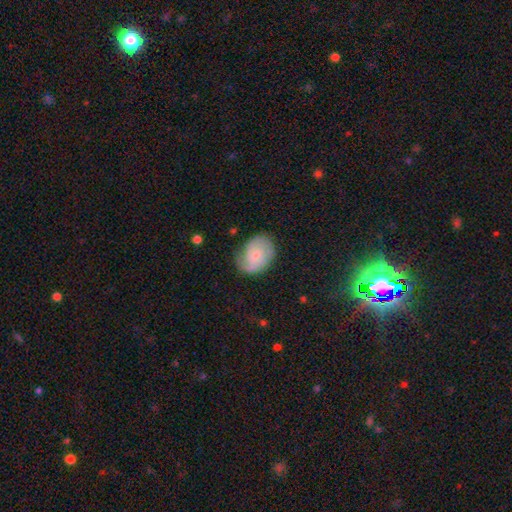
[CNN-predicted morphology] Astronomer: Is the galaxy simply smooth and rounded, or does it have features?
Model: featured or disk — 66%.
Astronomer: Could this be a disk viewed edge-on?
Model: no — 97%.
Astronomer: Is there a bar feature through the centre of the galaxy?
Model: no — 62%.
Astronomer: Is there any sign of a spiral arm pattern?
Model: yes — 92%.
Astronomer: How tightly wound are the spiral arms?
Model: tight — 48% (runner-up: medium, 39%).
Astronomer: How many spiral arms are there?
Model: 2 — 56%.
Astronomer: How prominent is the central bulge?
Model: small — 67%.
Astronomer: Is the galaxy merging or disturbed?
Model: none — 70%.